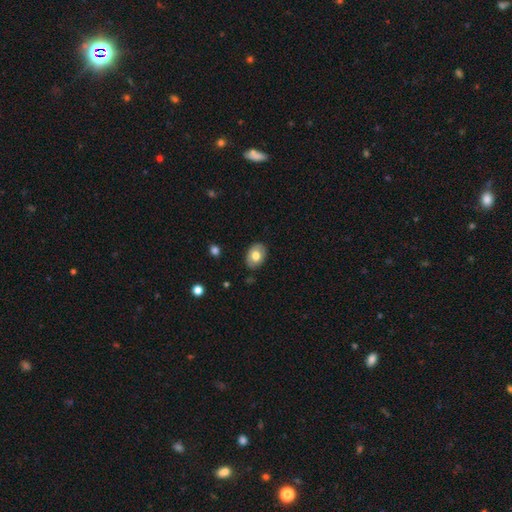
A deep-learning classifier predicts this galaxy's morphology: This is likely a smooth galaxy (72%). How rounded: likely in between (78%). Merging: clearly none (84%).